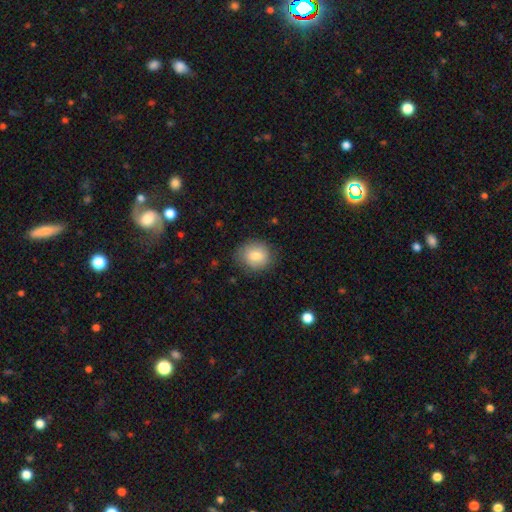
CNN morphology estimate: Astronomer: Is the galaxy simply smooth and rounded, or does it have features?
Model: smooth — 82%.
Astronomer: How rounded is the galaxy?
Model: round — 75%.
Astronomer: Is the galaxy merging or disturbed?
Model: none — 81%.